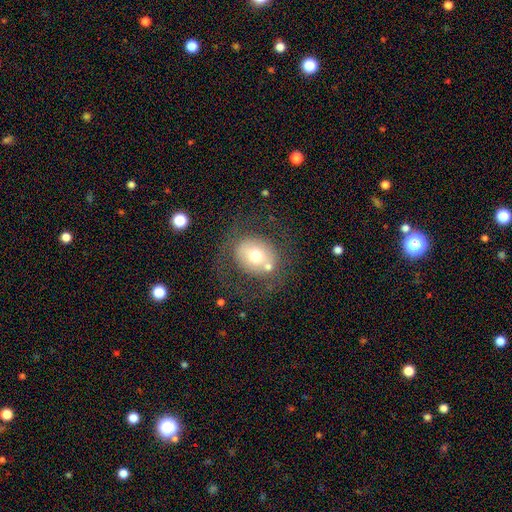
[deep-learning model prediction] A smooth galaxy with no disk features (54%) that is round (71%). Merging: none (60%).